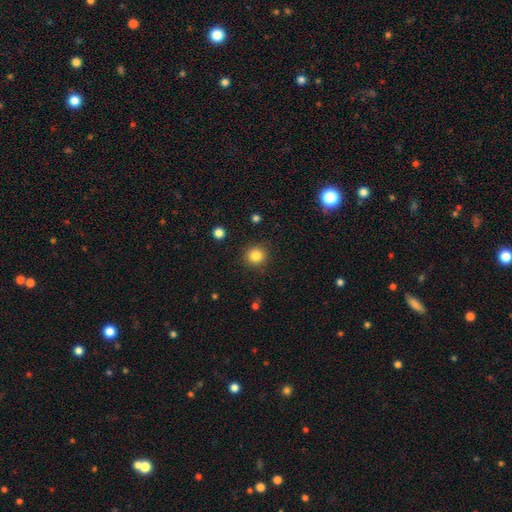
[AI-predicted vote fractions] Morphology: type=smooth (84%); roundness=round (93%); merging=none (90%).